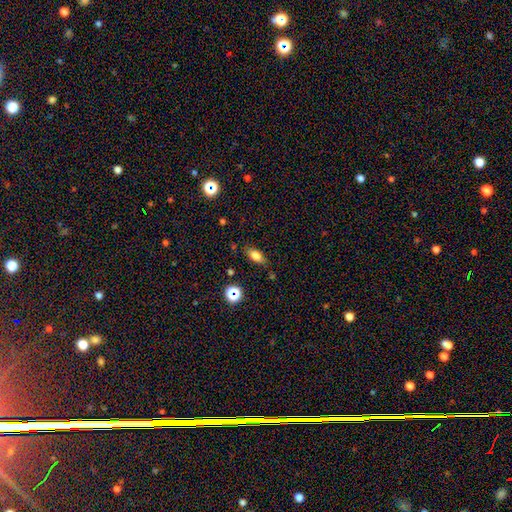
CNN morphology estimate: smooth-or-featured: smooth: 78% | star or artifact: 12% | featured or disk: 10%
  how-rounded: in between: 81% | cigar-shaped: 12% | round: 7%
  merging: none: 79% | minor disturbance: 15% | major disturbance: 4% | merger: 3%